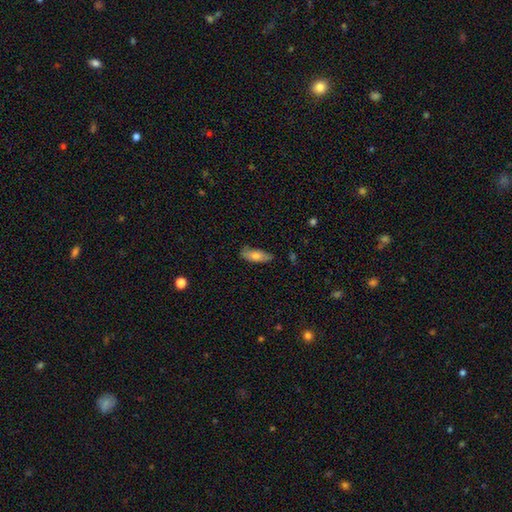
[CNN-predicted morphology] Smooth or featured: smooth — 73% (featured or disk — 20%)
How rounded: in between — 70% (cigar-shaped — 27%)
Merging: none — 78% (minor disturbance — 17%)